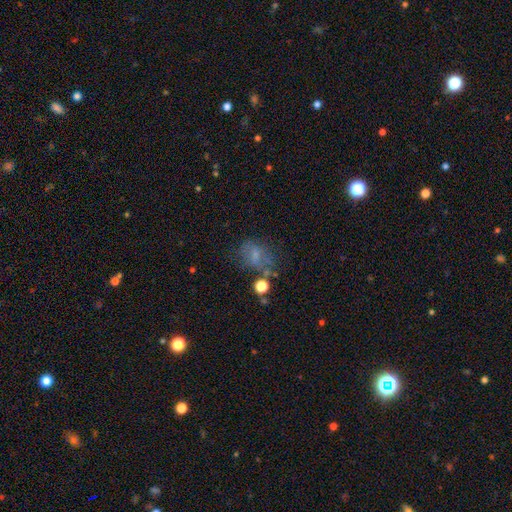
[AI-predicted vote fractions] smooth_or_featured: smooth (p=0.52) [alt: featured or disk p=0.26]
how_rounded: in between (p=0.59) [alt: round p=0.39]
merging: none (p=0.46) [alt: major disturbance p=0.22]